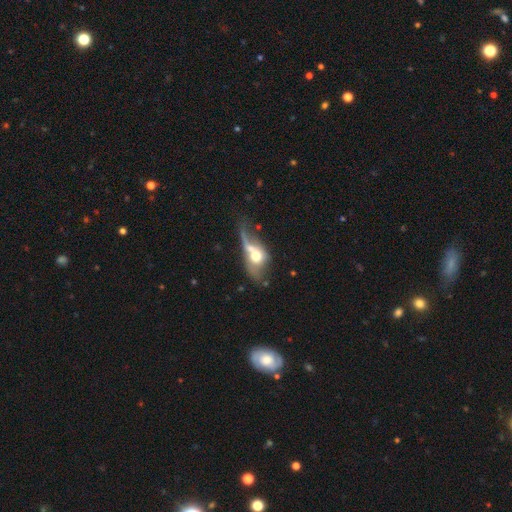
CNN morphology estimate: smooth 49%, featured or disk 43%, star or artifact 9%. Down the decision tree: merging — merger (39%).